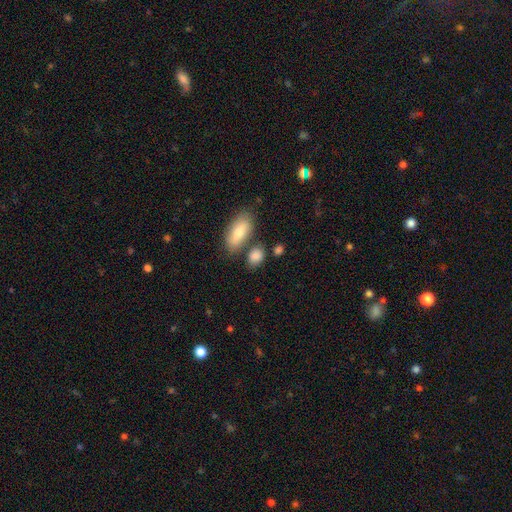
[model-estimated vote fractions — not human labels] A smooth galaxy with no disk features (84%) that is in between round and cigar-shaped (74%).

Vote fractions:
- Smooth or featured? smooth: 84% / star or artifact: 8% / featured or disk: 8%
- How rounded? in between: 74% / round: 23% / cigar-shaped: 4%
- Merging? none: 65% / merger: 16% / minor disturbance: 15% / major disturbance: 4%